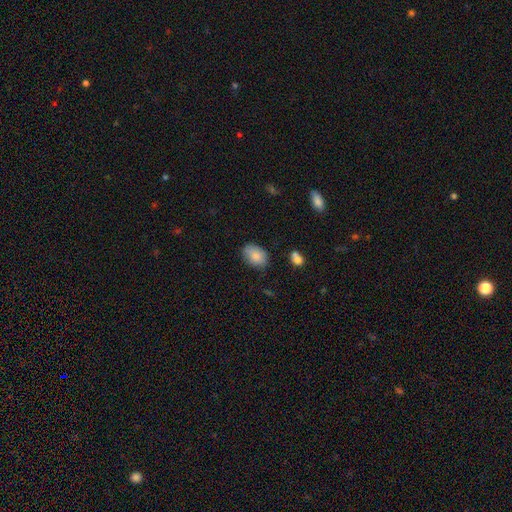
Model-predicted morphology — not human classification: smooth-or-featured: smooth: 85% | featured or disk: 8% | star or artifact: 8%
  how-rounded: in between: 83% | round: 16% | cigar-shaped: 1%
  merging: none: 70% | minor disturbance: 23% | major disturbance: 4% | merger: 3%